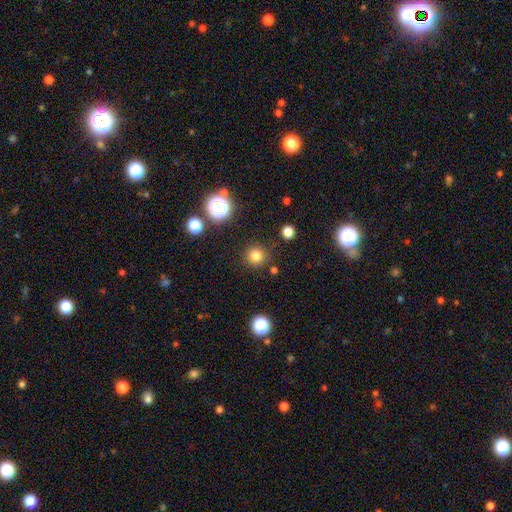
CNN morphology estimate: This appears to be a smooth galaxy with no disk features (79%) that is round (94%). Merging: none (87%).